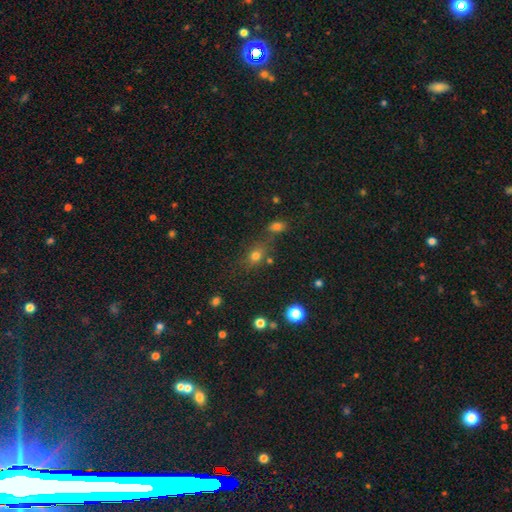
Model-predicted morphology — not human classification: A smooth galaxy with no disk features (72%) that is in between round and cigar-shaped (50%). Merging: none (64%).